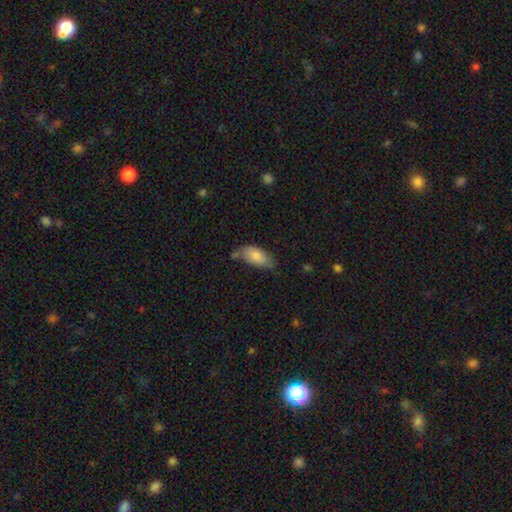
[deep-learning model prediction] smooth-or-featured: smooth: 80% | featured or disk: 13% | star or artifact: 7%
  how-rounded: in between: 89% | cigar-shaped: 8% | round: 2%
  merging: none: 55% | minor disturbance: 31% | major disturbance: 7% | merger: 7%